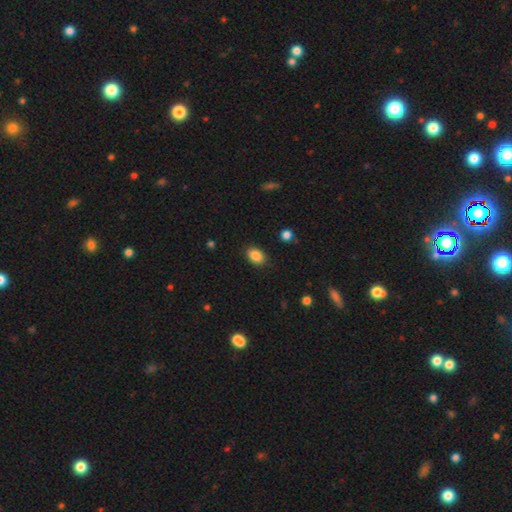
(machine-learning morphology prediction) Smooth or featured? Predicted: smooth (p=0.86). How rounded? Predicted: in between (p=0.78). Merging? Predicted: none (p=0.86).